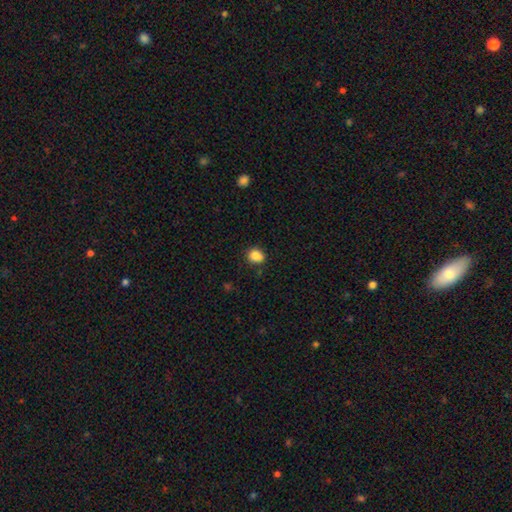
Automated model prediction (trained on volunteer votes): Overall: smooth (85%). How rounded: round (63%; in between 36%). Merging: none (72%).